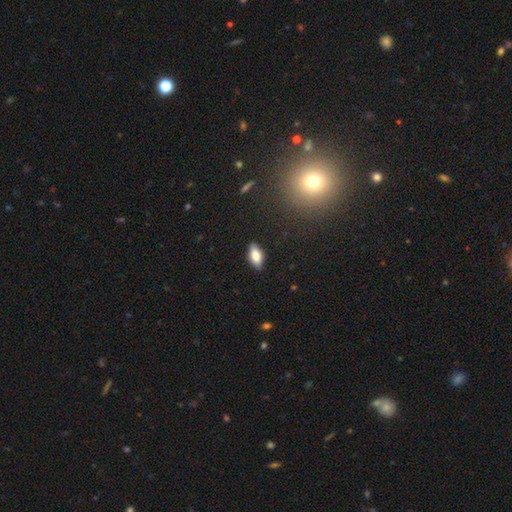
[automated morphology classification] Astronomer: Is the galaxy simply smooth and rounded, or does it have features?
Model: smooth — 79%.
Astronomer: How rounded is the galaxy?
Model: in between — 89%.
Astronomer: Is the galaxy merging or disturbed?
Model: none — 87%.